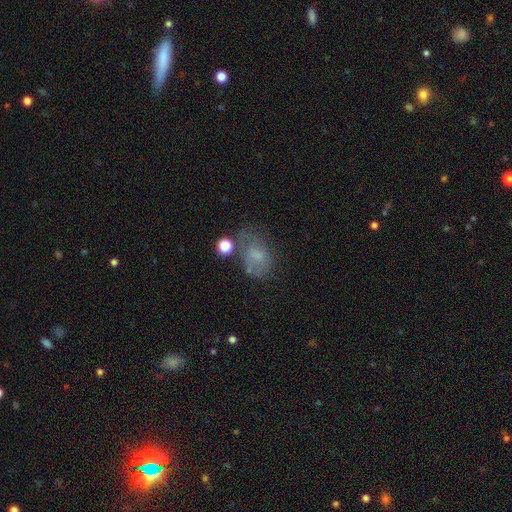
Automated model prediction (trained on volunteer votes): smooth 58%, featured or disk 27%, star or artifact 15%. Down the decision tree: how rounded — in between (76%); merging — none (40%).